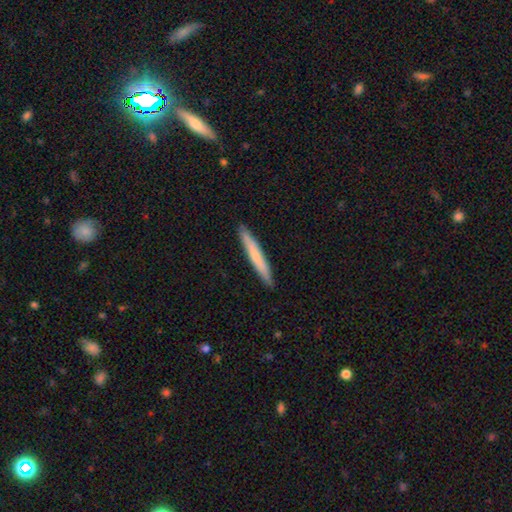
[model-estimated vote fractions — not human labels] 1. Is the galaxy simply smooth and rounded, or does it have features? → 65% smooth, 30% featured or disk, 5% star or artifact.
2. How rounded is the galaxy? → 96% cigar-shaped, 3% in between, 1% round.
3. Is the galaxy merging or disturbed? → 91% none, 6% minor disturbance, 1% major disturbance, 1% merger.